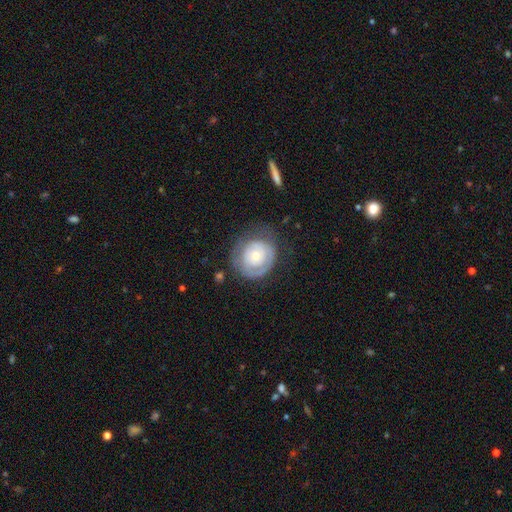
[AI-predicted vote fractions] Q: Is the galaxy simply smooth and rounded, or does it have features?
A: featured or disk — 56%.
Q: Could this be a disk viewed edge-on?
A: no — 97%.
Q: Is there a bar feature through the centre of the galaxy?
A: no — 86%.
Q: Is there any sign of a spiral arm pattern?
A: yes — 54%.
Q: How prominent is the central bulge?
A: small — 56%.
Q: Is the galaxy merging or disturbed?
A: none — 61%.